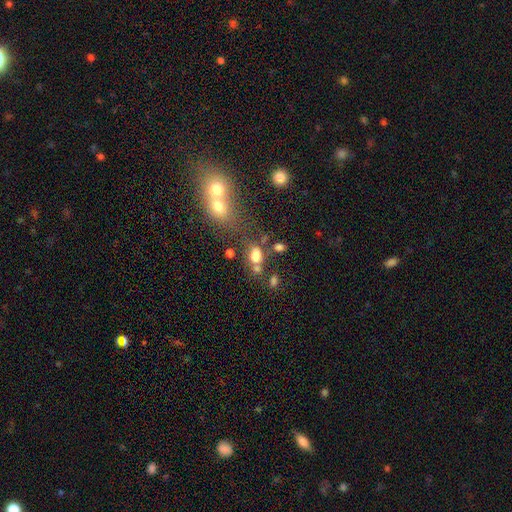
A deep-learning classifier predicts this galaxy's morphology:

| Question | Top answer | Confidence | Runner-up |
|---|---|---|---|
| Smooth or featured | smooth | 71% | star or artifact (17%) |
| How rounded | in between | 79% | round (17%) |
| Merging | none | 43% | merger (33%) |